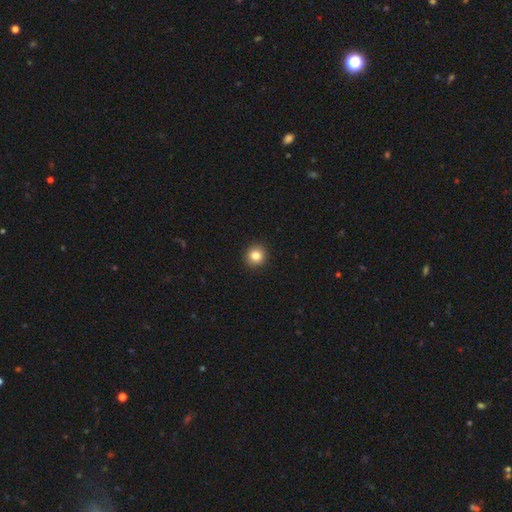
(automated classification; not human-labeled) This is clearly a smooth galaxy (84%). How rounded: clearly round (89%). Merging: clearly none (92%).